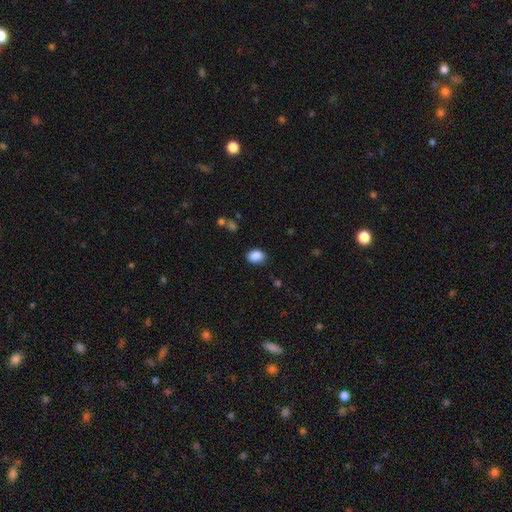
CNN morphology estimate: type=smooth (88%); roundness=in between (71%); merging=none (84%).